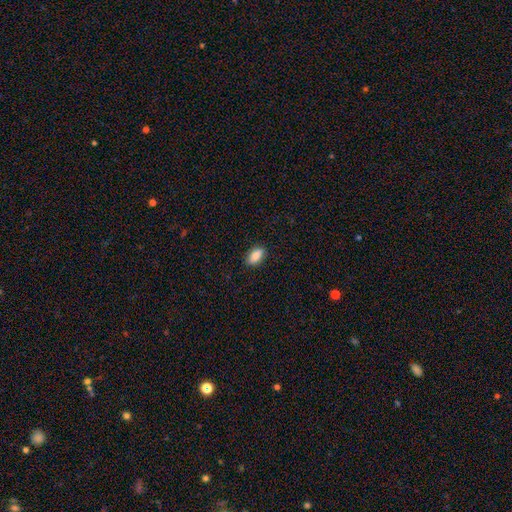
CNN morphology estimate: Q: Smooth or featured?
A: smooth (83%); runner-up: featured or disk (10%)
Q: How rounded?
A: in between (86%); runner-up: cigar-shaped (9%)
Q: Merging?
A: none (87%); runner-up: minor disturbance (10%)